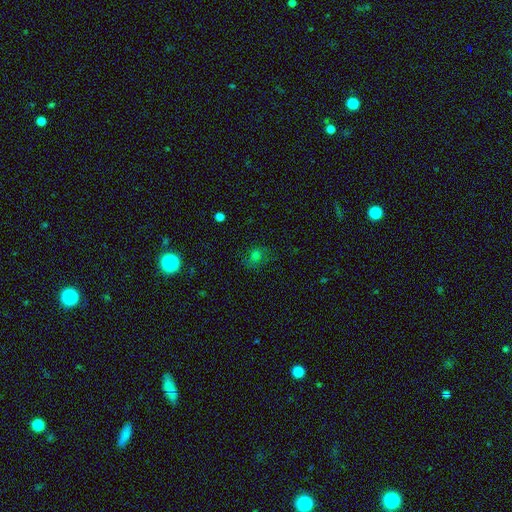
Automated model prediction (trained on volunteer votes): smooth 59%, star or artifact 27%, featured or disk 14%. Down the decision tree: how rounded — round (64%); merging — none (70%).